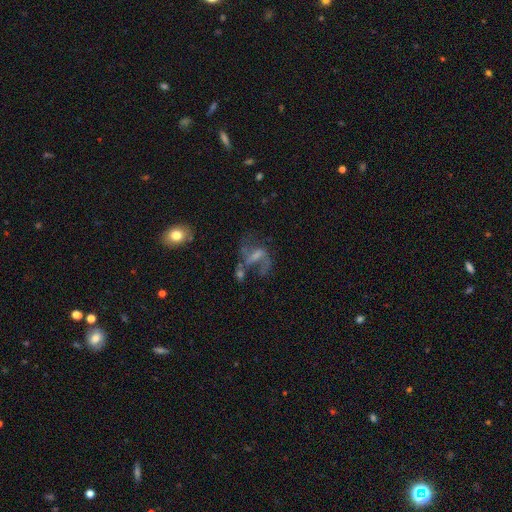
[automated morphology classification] smooth-or-featured: featured or disk: 67% | smooth: 19% | star or artifact: 15%
  disk-edge-on: no: 95% | yes: 5%
    bar: weak: 43% | strong: 29% | no: 27%
    has-spiral-arms: yes: 73% | no: 27%
    bulge-size: none: 38% | small: 31% | moderate: 24% | large: 5% | dominant: 2%
  merging: none: 40% | major disturbance: 30% | minor disturbance: 16% | merger: 14%